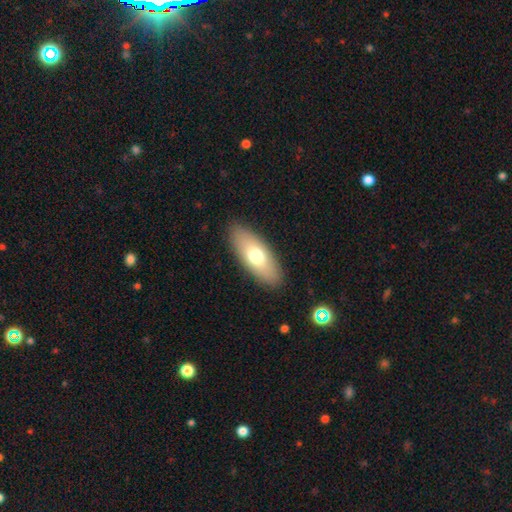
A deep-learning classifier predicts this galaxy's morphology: smooth 69%, featured or disk 25%, star or artifact 6%. Down the decision tree: how rounded — in between (80%); merging — none (89%).